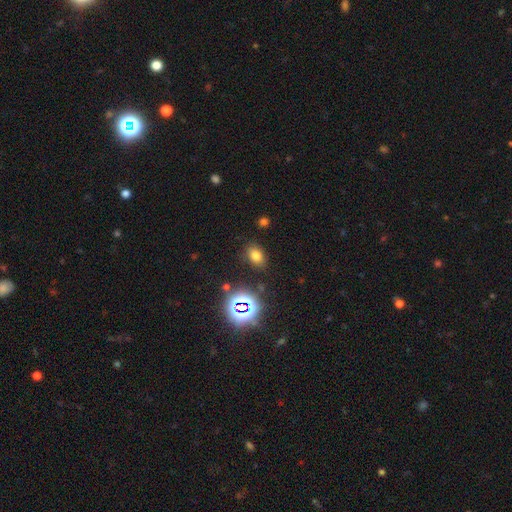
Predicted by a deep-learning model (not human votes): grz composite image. It shows a smooth galaxy with no disk features (70%) that is in between round and cigar-shaped (76%). Merging: none (82%).